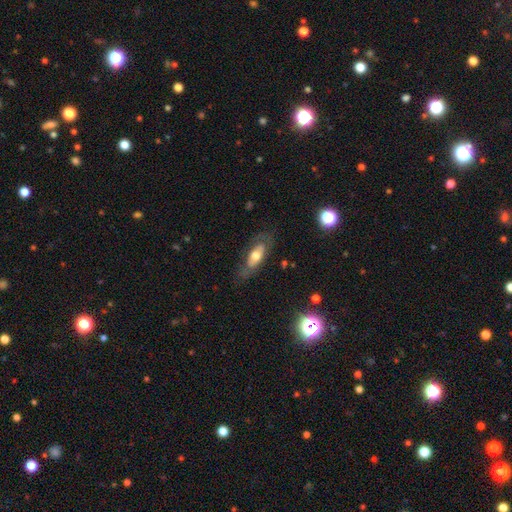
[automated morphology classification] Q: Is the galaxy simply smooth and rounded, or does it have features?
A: featured or disk — 47%.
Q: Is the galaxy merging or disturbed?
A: none — 68%.